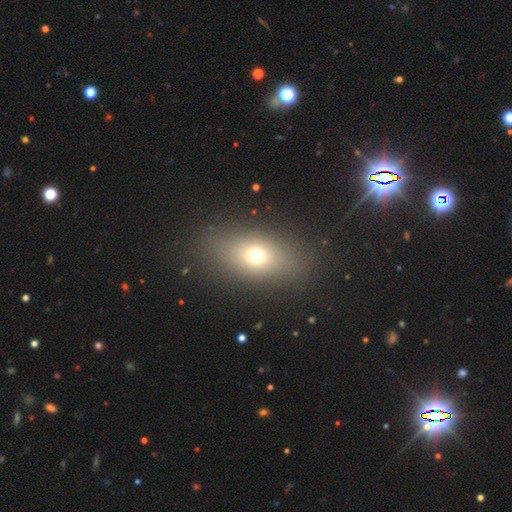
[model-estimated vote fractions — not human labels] Q: Smooth or featured?
A: smooth (66%); runner-up: featured or disk (18%)
Q: How rounded?
A: in between (73%); runner-up: round (20%)
Q: Merging?
A: none (84%); runner-up: minor disturbance (9%)